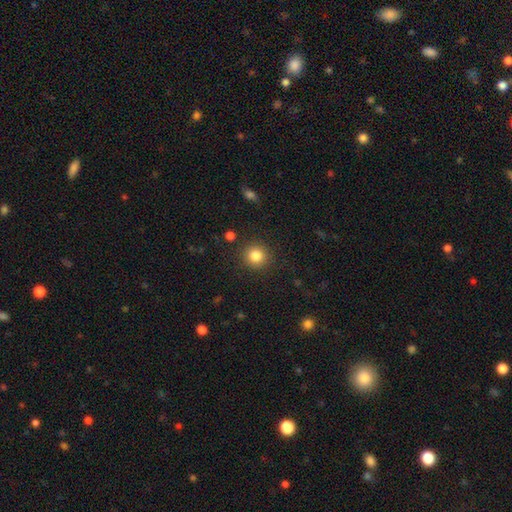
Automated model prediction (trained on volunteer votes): Smooth or featured: smooth — 84% (star or artifact — 11%)
How rounded: round — 92% (in between — 7%)
Merging: none — 89% (minor disturbance — 7%)